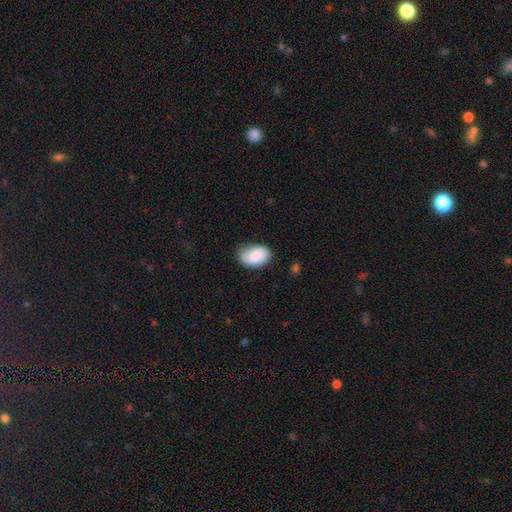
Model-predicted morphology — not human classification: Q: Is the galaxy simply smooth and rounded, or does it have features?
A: smooth — 85%.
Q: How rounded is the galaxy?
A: in between — 85%.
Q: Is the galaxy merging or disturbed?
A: none — 59%.